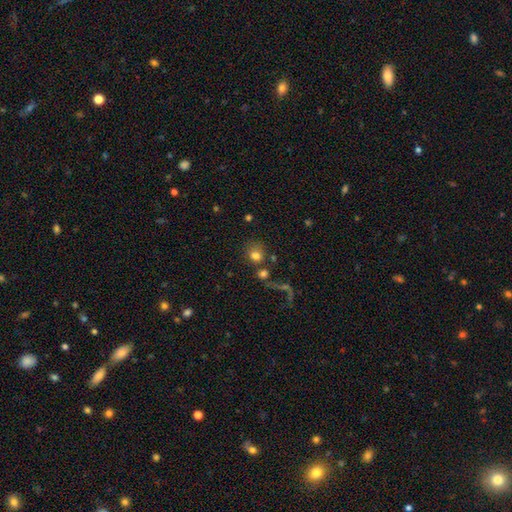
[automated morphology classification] smooth_or_featured: smooth (p=0.75) [alt: star or artifact p=0.13]
how_rounded: round (p=0.77) [alt: in between p=0.22]
merging: none (p=0.47) [alt: merger p=0.27]